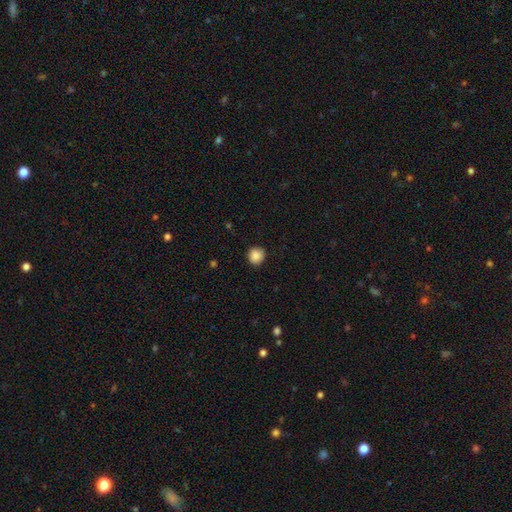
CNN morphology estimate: The model was most divided on "smooth or featured": smooth: 88%, star or artifact: 9%, featured or disk: 3%. More confident: how rounded — round (89%); merging — none (88%).